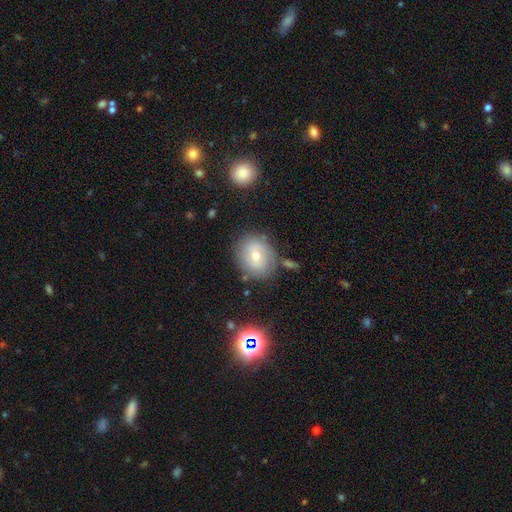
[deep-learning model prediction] Morphology: type=smooth (48%); merging=none (74%).